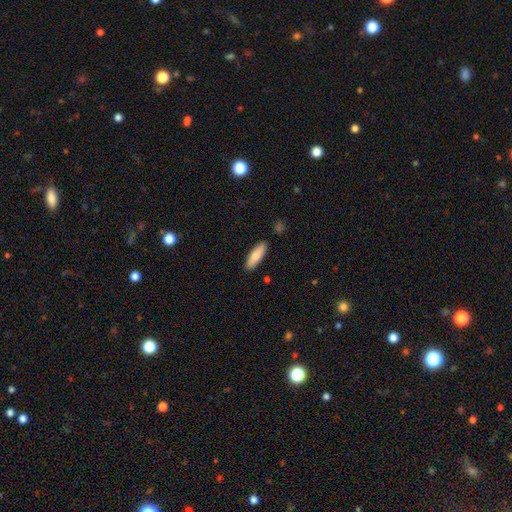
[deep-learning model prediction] smooth_or_featured: smooth (p=0.83) [alt: featured or disk p=0.12]
how_rounded: in between (p=0.51) [alt: cigar-shaped p=0.47]
merging: none (p=0.88) [alt: minor disturbance p=0.08]